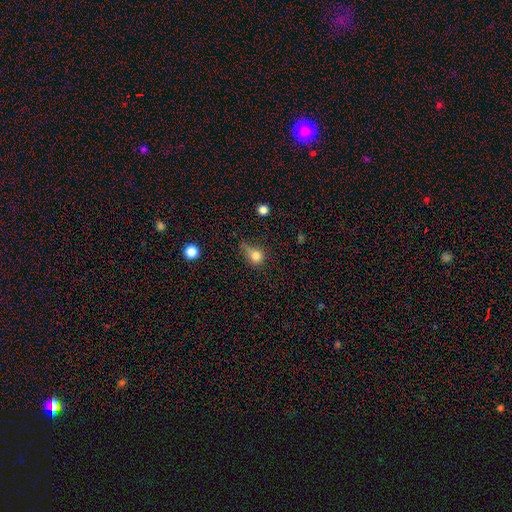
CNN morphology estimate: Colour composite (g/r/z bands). It shows a smooth galaxy with no disk features (76%) that is round (72%). Merging: none (41%).